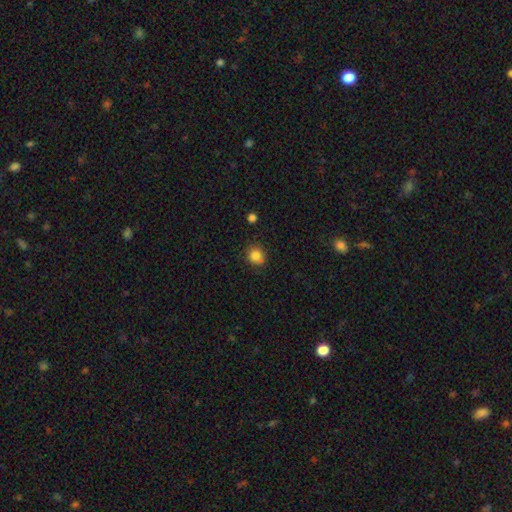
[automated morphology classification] Smooth or featured? smooth (85%)
How rounded? round (80%)
Merging? none (82%)